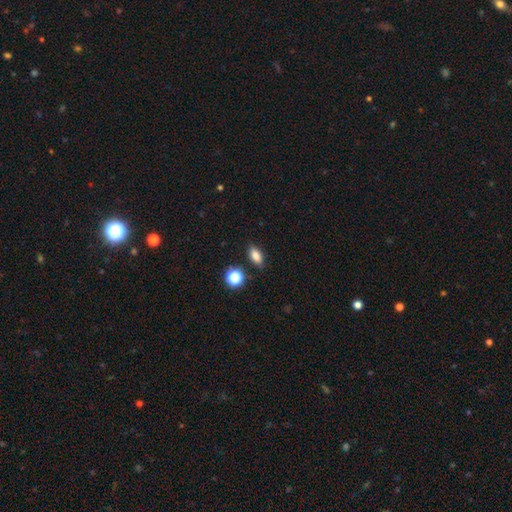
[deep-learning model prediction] Smooth or featured? smooth (82%)
How rounded? in between (81%)
Merging? none (84%)